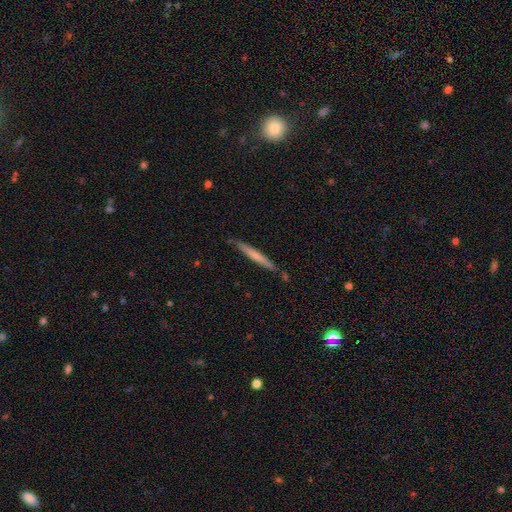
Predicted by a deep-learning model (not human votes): smooth_or_featured: smooth (p=0.53) [alt: featured or disk p=0.41]
how_rounded: cigar-shaped (p=0.97) [alt: in between p=0.02]
merging: none (p=0.84) [alt: minor disturbance p=0.12]